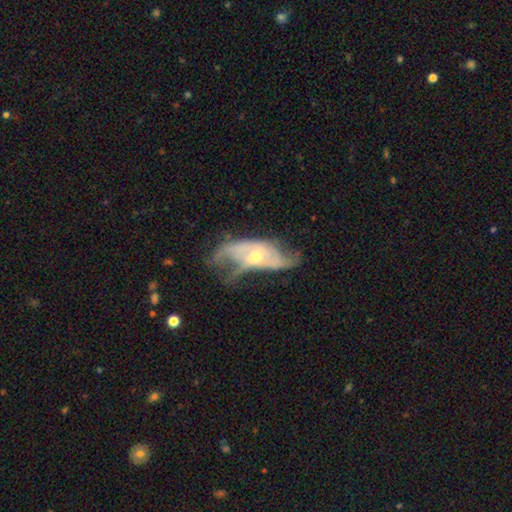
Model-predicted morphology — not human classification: featured or disk 75%, smooth 18%, star or artifact 7%. Down the decision tree: edge-on disk — no (88%); bar — no (67%); spiral arms — yes (74%); bulge size — moderate (61%); merging — major disturbance (38%).